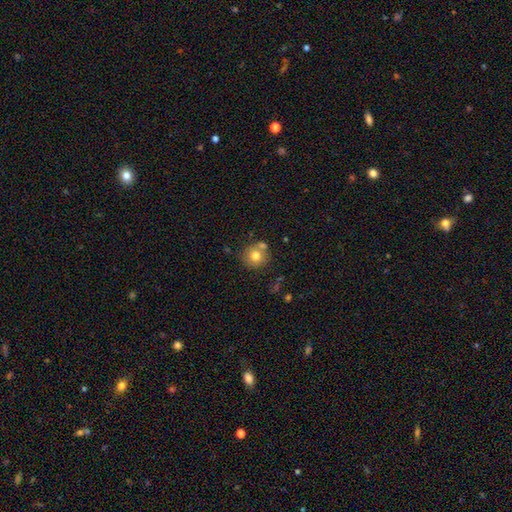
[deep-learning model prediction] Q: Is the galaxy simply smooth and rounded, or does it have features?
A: smooth — 75%.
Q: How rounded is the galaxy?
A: round — 89%.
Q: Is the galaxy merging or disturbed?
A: none — 65%.